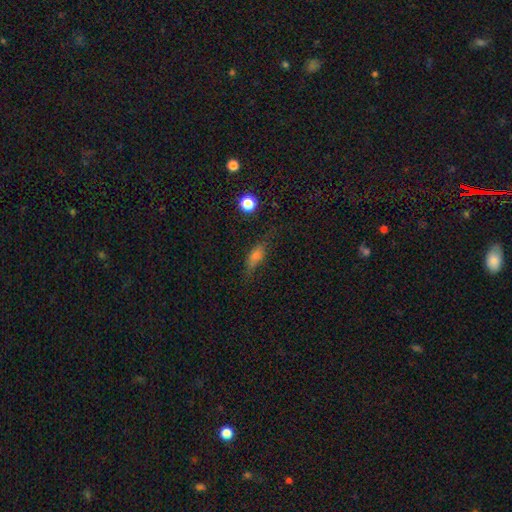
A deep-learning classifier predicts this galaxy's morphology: This is likely a smooth galaxy (60%). How rounded: possibly in between (57%). Merging: likely none (64%).